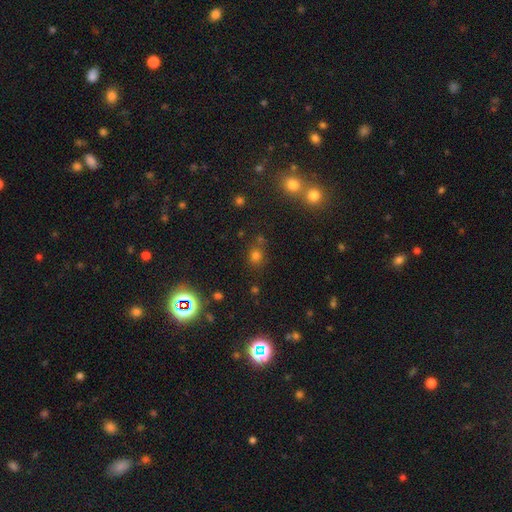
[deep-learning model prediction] The model was most divided on "smooth or featured": smooth: 67%, star or artifact: 26%, featured or disk: 7%. More confident: how rounded — round (77%); merging — none (74%).